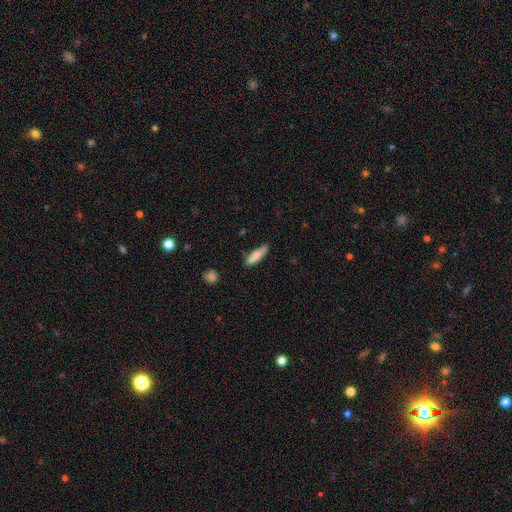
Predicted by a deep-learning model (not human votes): This is likely a smooth galaxy (74%). How rounded: possibly cigar-shaped (51%). Merging: clearly none (81%).